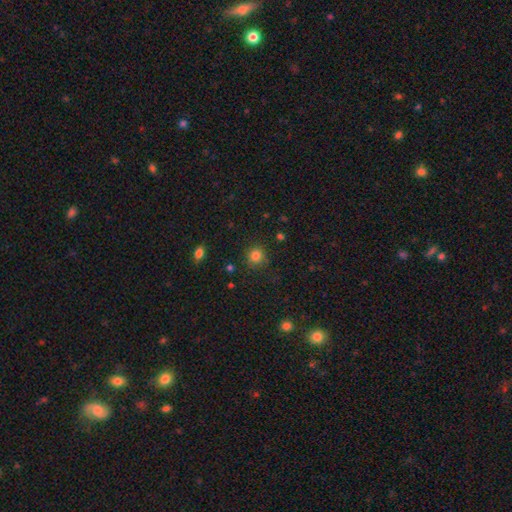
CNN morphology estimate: smooth 83%, star or artifact 13%, featured or disk 4%. Down the decision tree: how rounded — round (91%); merging — none (87%).